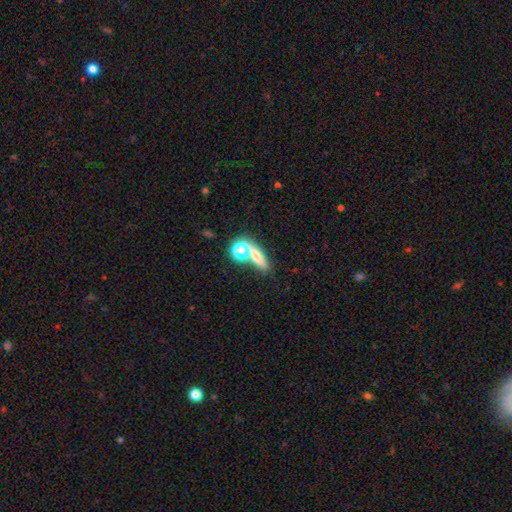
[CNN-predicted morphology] smooth 61%, featured or disk 20%, star or artifact 19%. Down the decision tree: how rounded — in between (38%); merging — none (54%).